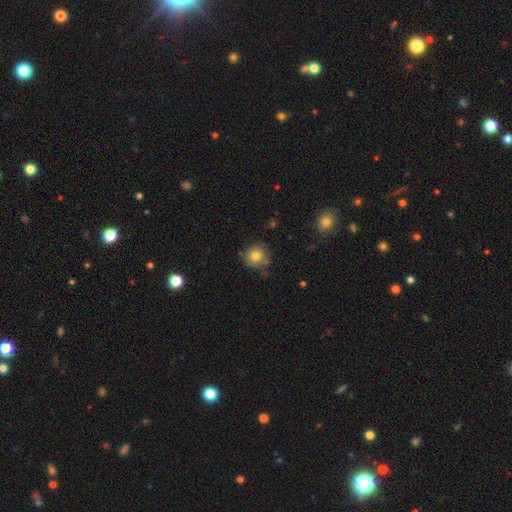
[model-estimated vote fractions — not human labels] A smooth galaxy with no disk features (79%) that is round (91%). Merging: none (74%).